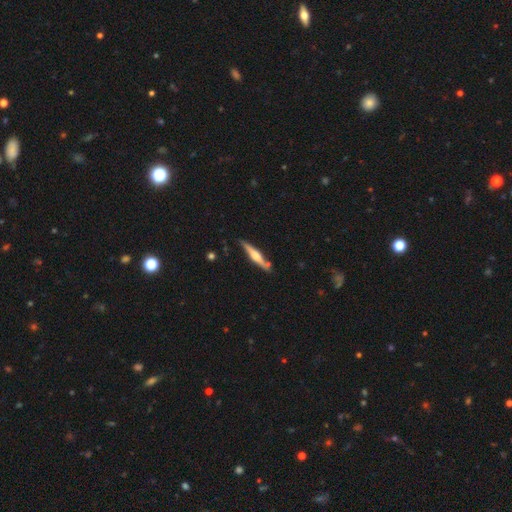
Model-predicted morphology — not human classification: A featured or disk galaxy (63%) viewed edge-on (96%) with a rounded central bulge (76%).

Vote fractions:
- Smooth or featured? featured or disk: 63% / smooth: 31% / star or artifact: 5%
- Edge-on disk? yes: 96% / no: 4%
- Edge-on bulge? rounded: 76% / boxy: 17% / none: 7%
- Merging? none: 81% / minor disturbance: 13% / merger: 4% / major disturbance: 3%